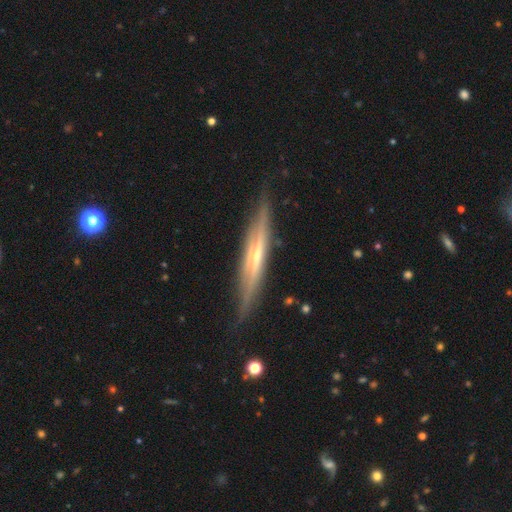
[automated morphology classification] featured or disk 77%, smooth 17%, star or artifact 6%. Down the decision tree: edge-on disk — yes (94%); edge-on bulge — rounded (53%); merging — none (82%).